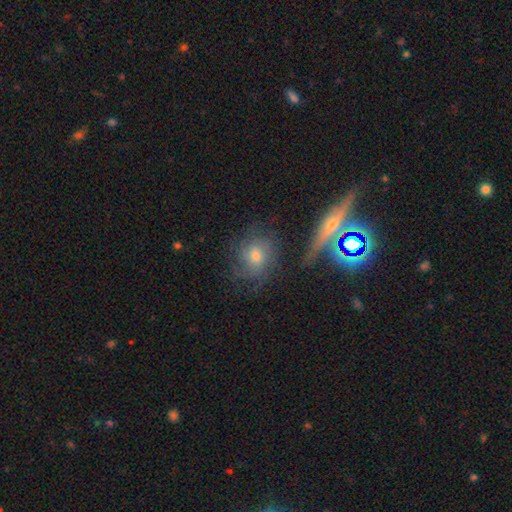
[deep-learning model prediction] Smooth or featured: featured or disk — 57% (smooth — 27%)
Edge-on disk: no — 90% (yes — 10%)
Bar: no — 70% (weak — 24%)
Spiral arms: yes — 83% (no — 17%)
Bulge size: moderate — 58% (small — 30%)
Merging: none — 68% (minor disturbance — 18%)